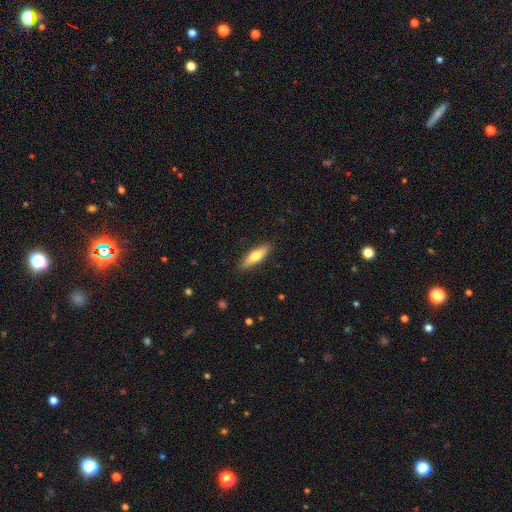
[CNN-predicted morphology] Smooth or featured? smooth (68%)
How rounded? cigar-shaped (56%)
Merging? none (87%)